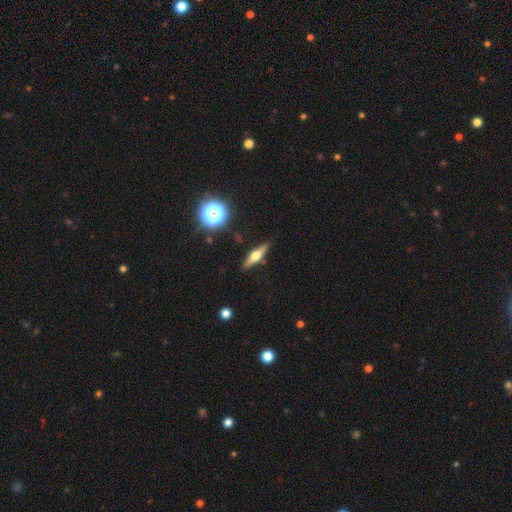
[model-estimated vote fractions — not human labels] A featured or disk galaxy (64%) viewed edge-on (95%) with a rounded central bulge (94%).

Vote fractions:
- Smooth or featured? featured or disk: 64% / smooth: 28% / star or artifact: 8%
- Edge-on disk? yes: 95% / no: 5%
- Edge-on bulge? rounded: 94% / boxy: 4% / none: 2%
- Merging? none: 89% / minor disturbance: 8% / major disturbance: 2% / merger: 1%